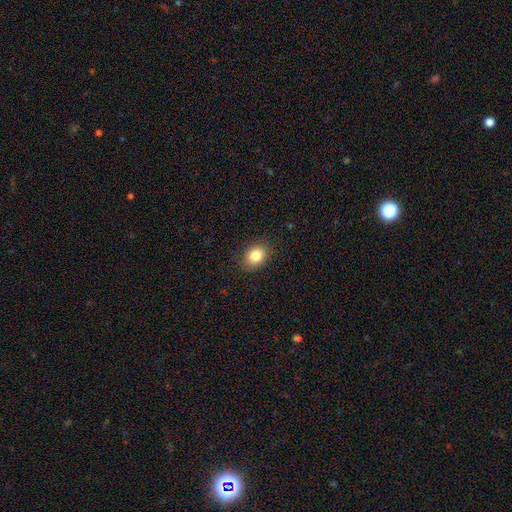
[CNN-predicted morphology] The model was most divided on "how rounded": in between: 60%, round: 39%, cigar-shaped: 1%. More confident: merging — none (87%); smooth or featured — smooth (83%).